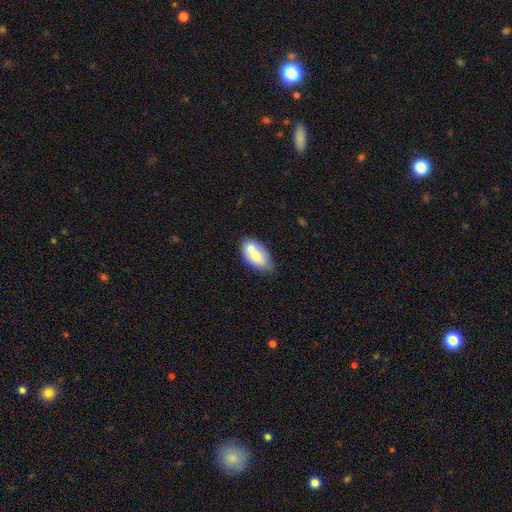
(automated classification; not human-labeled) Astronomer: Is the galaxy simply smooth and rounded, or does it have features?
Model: smooth — 70%.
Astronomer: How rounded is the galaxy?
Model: in between — 92%.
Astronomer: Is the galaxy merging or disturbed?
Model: none — 49% (runner-up: merger, 30%).